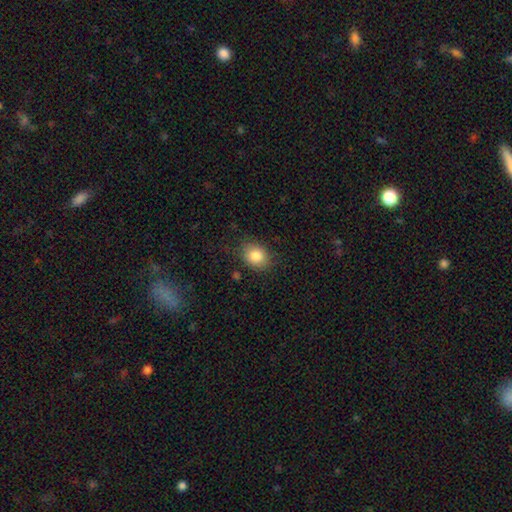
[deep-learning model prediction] A smooth galaxy with no disk features (84%) that is round (50%).

Vote fractions:
- Smooth or featured? smooth: 84% / star or artifact: 9% / featured or disk: 7%
- How rounded? round: 50% / in between: 49% / cigar-shaped: 1%
- Merging? none: 81% / minor disturbance: 14% / major disturbance: 4% / merger: 2%